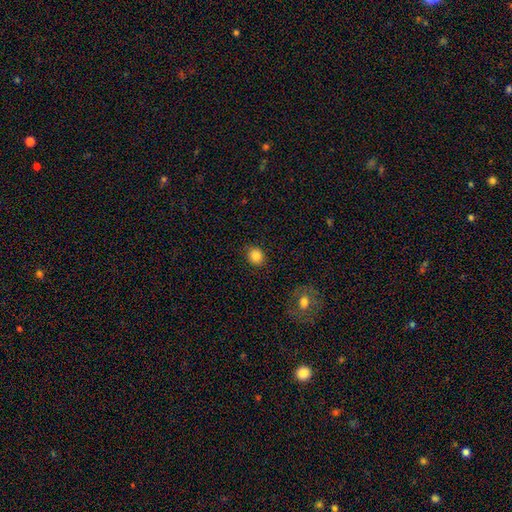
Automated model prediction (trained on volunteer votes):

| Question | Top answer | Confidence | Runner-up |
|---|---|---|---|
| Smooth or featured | smooth | 85% | star or artifact (10%) |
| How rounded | round | 74% | in between (26%) |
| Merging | none | 86% | minor disturbance (10%) |